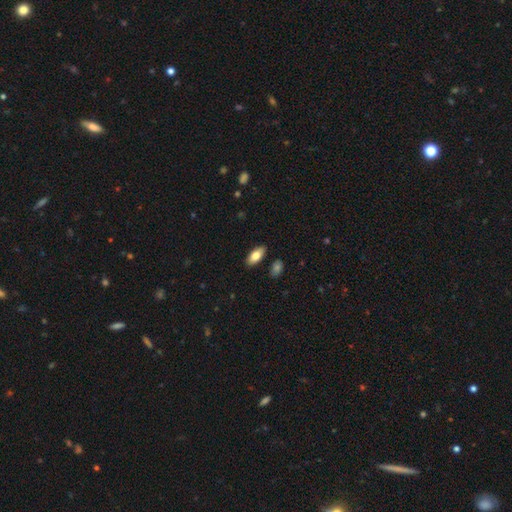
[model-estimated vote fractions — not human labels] Q: Smooth or featured?
A: smooth (79%); runner-up: featured or disk (14%)
Q: How rounded?
A: in between (89%); runner-up: cigar-shaped (9%)
Q: Merging?
A: none (86%); runner-up: minor disturbance (9%)